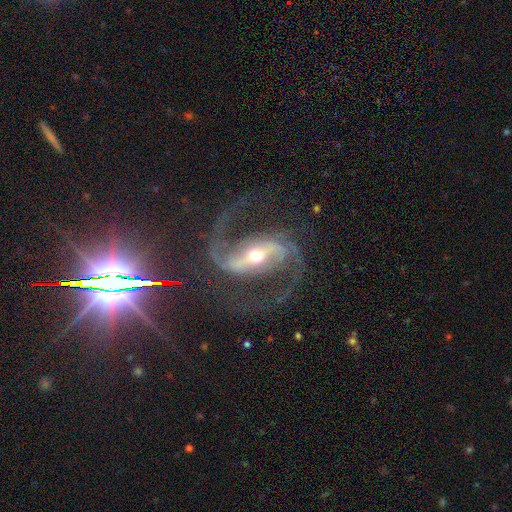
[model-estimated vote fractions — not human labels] smooth-or-featured: featured or disk: 92% | star or artifact: 5% | smooth: 4%
  disk-edge-on: no: 96% | yes: 4%
    bar: strong: 70% | weak: 21% | no: 9%
    has-spiral-arms: yes: 97% | no: 3%
      spiral-winding: medium: 51% | loose: 37% | tight: 12%
      spiral-arm-count: 2: 94% | can't tell: 2% | 3: 1% | 1: 1% | 4: 1% | more than 4: 1%
    bulge-size: moderate: 58% | small: 35% | large: 5% | dominant: 1% | none: 1%
  merging: none: 76% | minor disturbance: 12% | major disturbance: 11% | merger: 2%